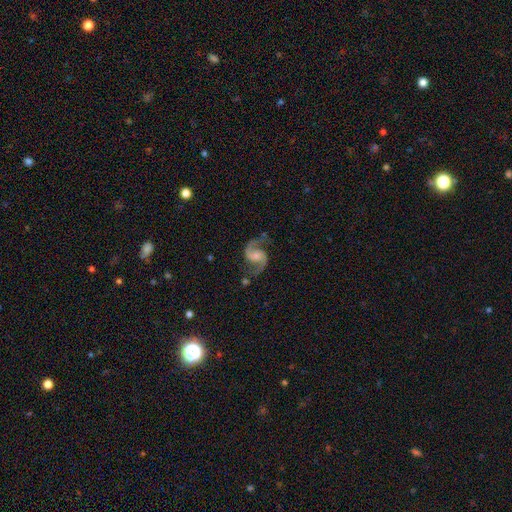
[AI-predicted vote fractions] Overall: featured or disk (92%). Edge-on disk: no (98%). Bar: no (57%; weak 34%). Spiral arms: yes (98%). Spiral arm count: 2 (94%). Spiral winding: medium (55%; loose 35%). Bulge size: small (49%; moderate 41%). Merging: none (75%).